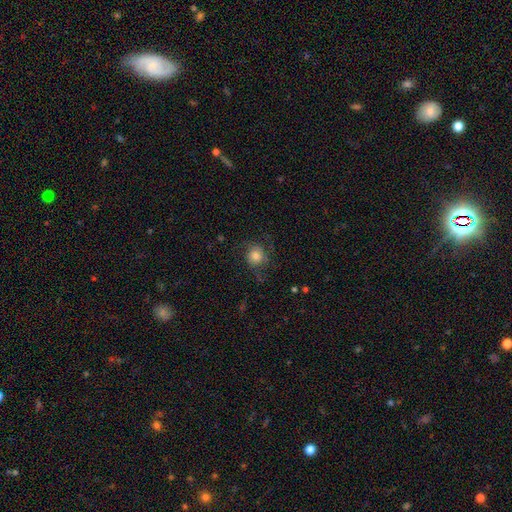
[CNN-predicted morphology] A smooth galaxy with no disk features (70%) that is round (87%).

Vote fractions:
- Smooth or featured? smooth: 70% / featured or disk: 20% / star or artifact: 10%
- How rounded? round: 87% / in between: 12% / cigar-shaped: 1%
- Merging? none: 64% / minor disturbance: 19% / major disturbance: 15% / merger: 1%